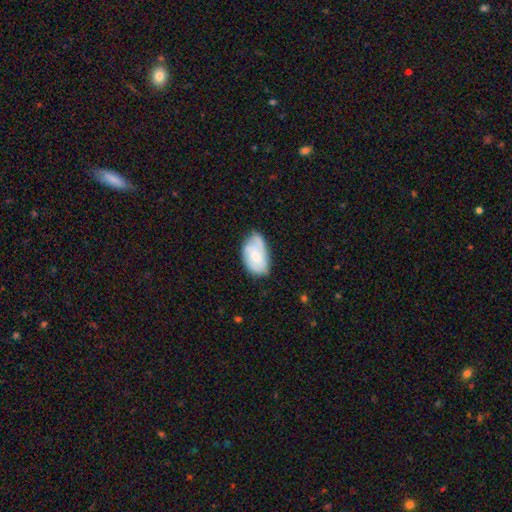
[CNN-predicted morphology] The model was most divided on "merging": none: 52%, minor disturbance: 37%, major disturbance: 9%, merger: 2%. More confident: how rounded — in between (92%); smooth or featured — smooth (55%).